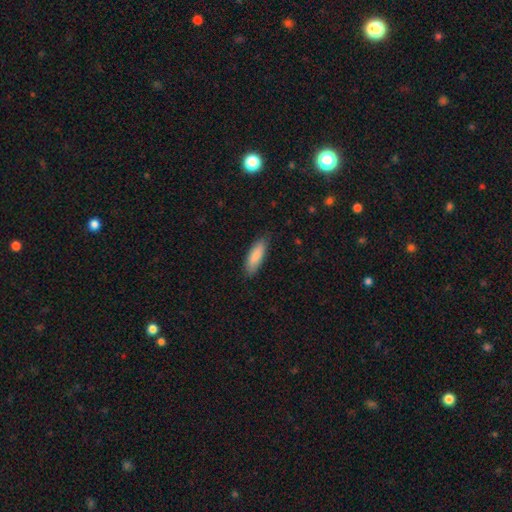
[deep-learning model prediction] Overall: smooth (87%). How rounded: in between (56%; cigar-shaped 43%). Merging: none (84%).